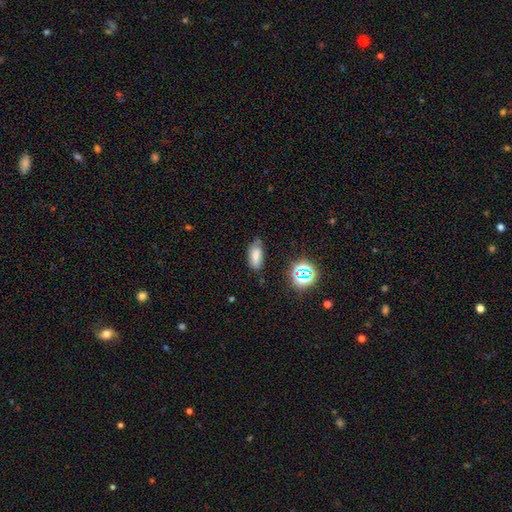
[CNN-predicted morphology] Smooth or featured? smooth (67%)
How rounded? in between (87%)
Merging? none (63%)